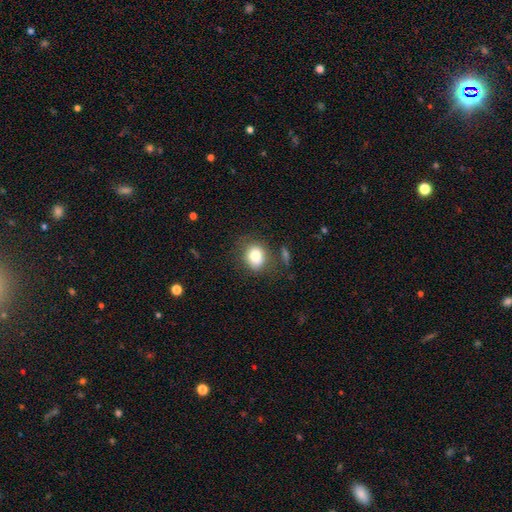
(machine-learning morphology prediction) type=smooth (80%); roundness=round (54%); merging=none (71%).